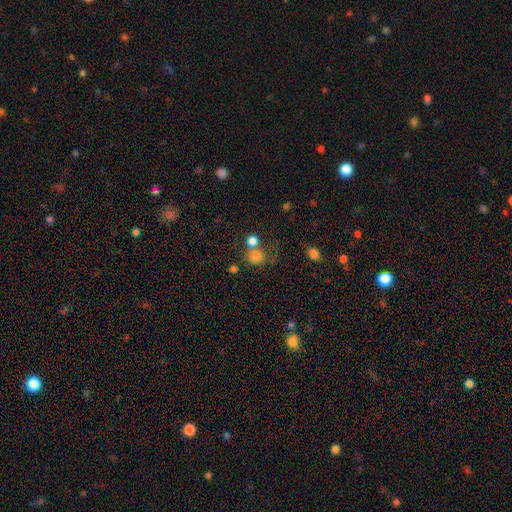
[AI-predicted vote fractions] This is likely a smooth galaxy (75%). How rounded: clearly round (82%). Merging: possibly none (49%).